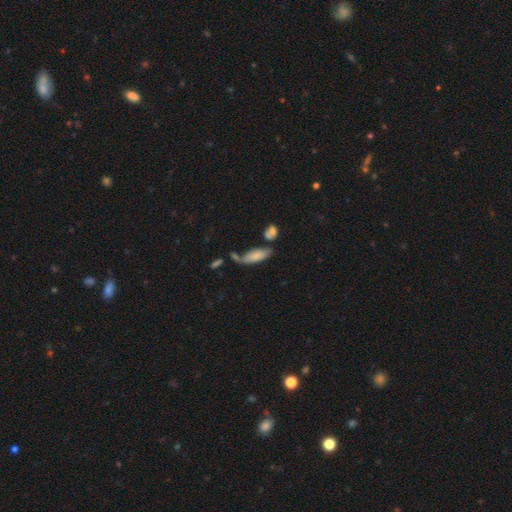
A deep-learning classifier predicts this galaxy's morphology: This appears to be a smooth galaxy with no disk features (75%) that is in between round and cigar-shaped (68%). Merging: none (49%).